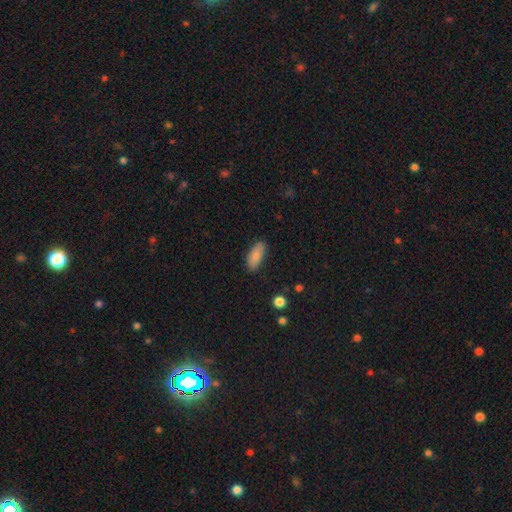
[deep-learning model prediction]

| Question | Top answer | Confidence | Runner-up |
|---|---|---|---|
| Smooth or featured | smooth | 82% | featured or disk (11%) |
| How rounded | in between | 83% | cigar-shaped (14%) |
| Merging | none | 82% | minor disturbance (14%) |